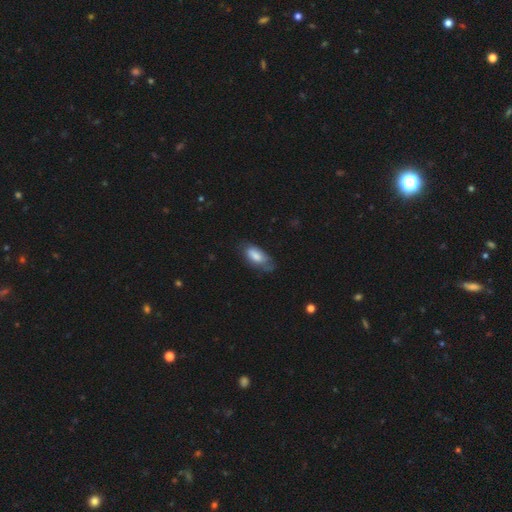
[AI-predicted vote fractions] A smooth galaxy with no disk features (72%) that is in between round and cigar-shaped (88%).

Vote fractions:
- Smooth or featured? smooth: 72% / featured or disk: 21% / star or artifact: 7%
- How rounded? in between: 88% / cigar-shaped: 9% / round: 3%
- Merging? none: 52% / minor disturbance: 32% / major disturbance: 14% / merger: 2%